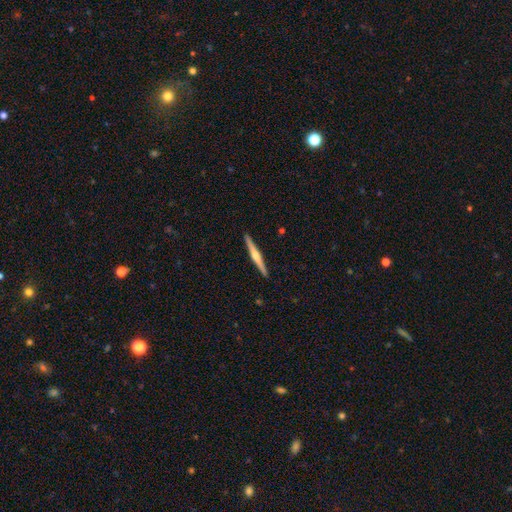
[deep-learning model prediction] Morphology: type=featured or disk (67%); edge-on=yes (98%); edge-on bulge=rounded (82%); merging=none (92%).